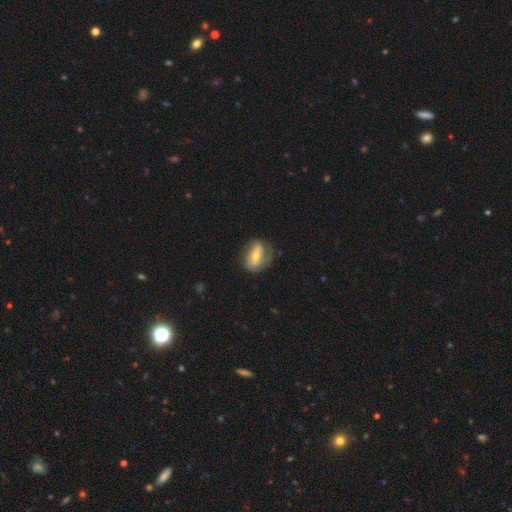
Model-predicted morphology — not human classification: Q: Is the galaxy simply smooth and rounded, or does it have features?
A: featured or disk — 60%.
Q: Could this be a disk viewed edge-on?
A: no — 93%.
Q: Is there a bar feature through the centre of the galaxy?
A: weak — 36%.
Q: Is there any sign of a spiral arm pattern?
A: yes — 76%.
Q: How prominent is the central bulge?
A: moderate — 56%.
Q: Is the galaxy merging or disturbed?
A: none — 61%.